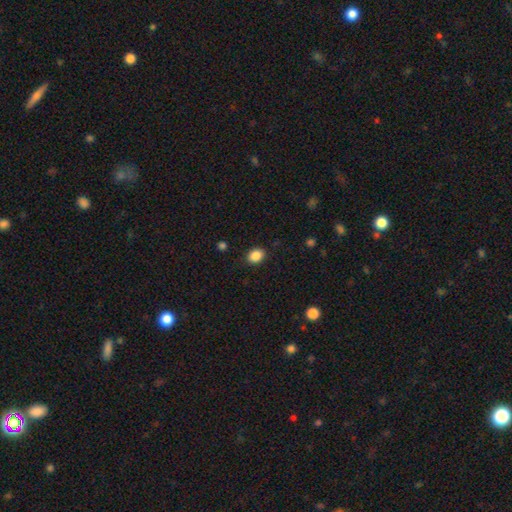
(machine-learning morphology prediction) This appears to be a smooth galaxy with no disk features (87%) that is in between round and cigar-shaped (56%). Merging: none (88%).